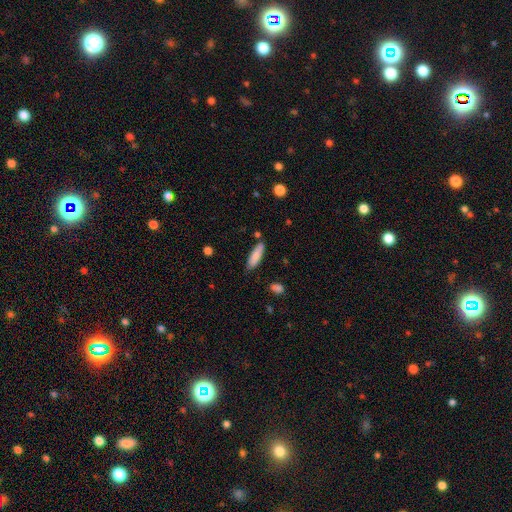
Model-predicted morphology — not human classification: Smooth or featured? smooth (85%)
How rounded? cigar-shaped (54%)
Merging? none (80%)